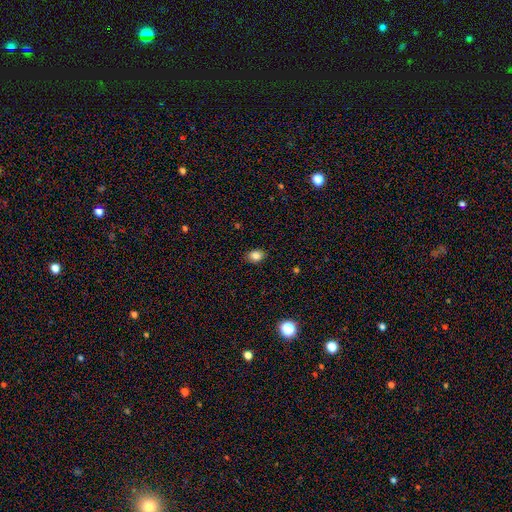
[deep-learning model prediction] This is clearly a smooth galaxy (84%). How rounded: likely in between (74%). Merging: clearly none (87%).